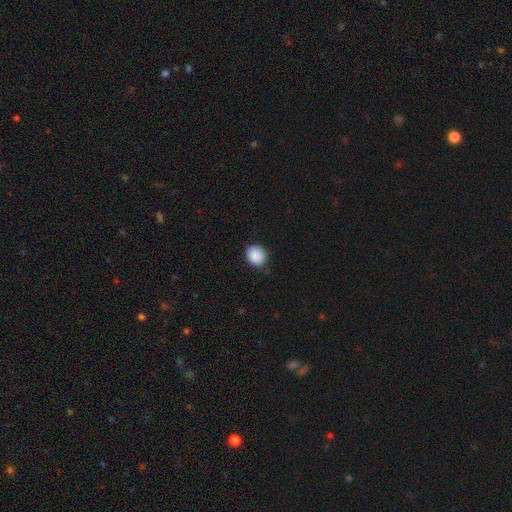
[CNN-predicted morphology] Smooth or featured?
  - smooth: 89% *
  - star or artifact: 8%
  - featured or disk: 3%
How rounded?
  - round: 79% *
  - in between: 20%
  - cigar-shaped: 1%
Merging?
  - none: 85% *
  - minor disturbance: 11%
  - major disturbance: 2%
  - merger: 1%